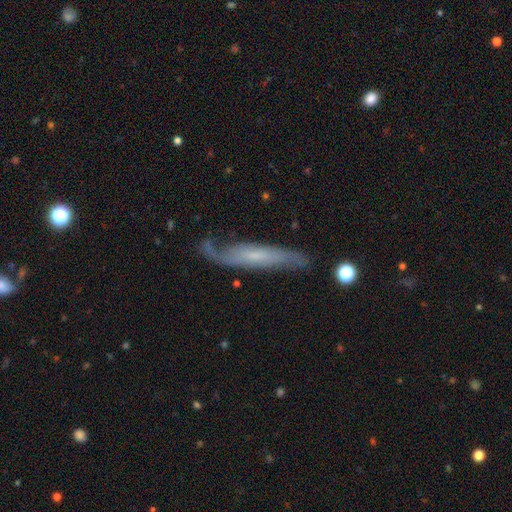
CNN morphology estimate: The model was most divided on "edge-on disk": no: 53%, yes: 47%. More confident: merging — none (65%); smooth or featured — featured or disk (65%).